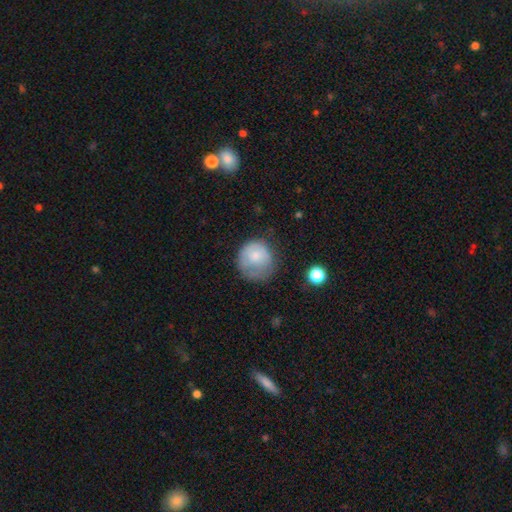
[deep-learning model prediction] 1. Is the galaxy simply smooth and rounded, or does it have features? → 71% smooth, 22% featured or disk, 8% star or artifact.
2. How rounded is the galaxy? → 84% round, 15% in between, 1% cigar-shaped.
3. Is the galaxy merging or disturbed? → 46% none, 31% minor disturbance, 22% major disturbance, 2% merger.